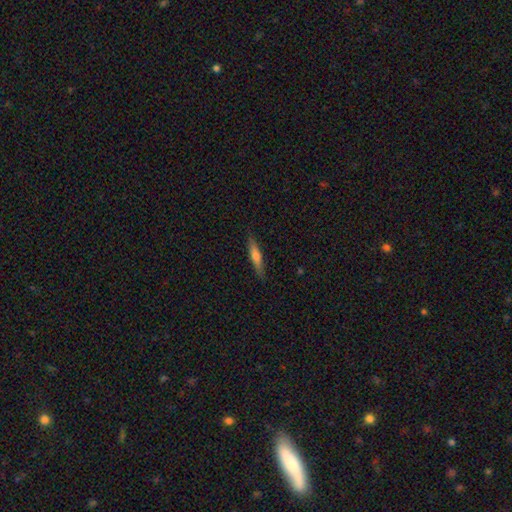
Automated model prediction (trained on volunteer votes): Morphology: type=smooth (55%); roundness=cigar-shaped (86%); merging=none (88%).